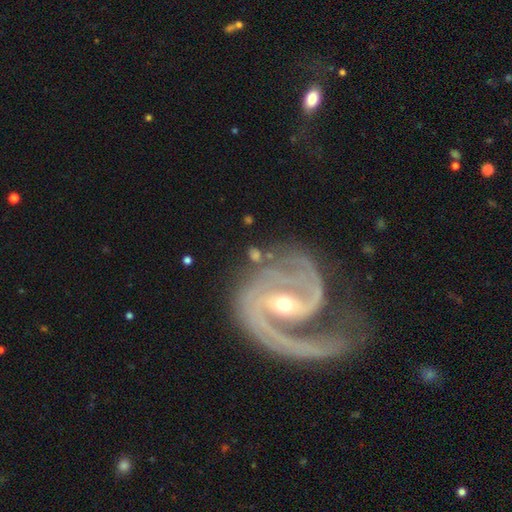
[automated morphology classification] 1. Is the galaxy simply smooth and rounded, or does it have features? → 75% featured or disk, 16% smooth, 9% star or artifact.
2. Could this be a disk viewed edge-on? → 96% no, 4% yes.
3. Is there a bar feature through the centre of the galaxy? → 41% strong, 35% weak, 24% no.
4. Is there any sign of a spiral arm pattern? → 92% yes, 8% no.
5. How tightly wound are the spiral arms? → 49% tight, 40% medium, 11% loose.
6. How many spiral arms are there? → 46% 2, 22% 3, 13% can't tell, 7% 4, 6% 1, 6% more than 4.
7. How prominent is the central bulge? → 58% moderate, 35% small, 4% large, 1% none, 1% dominant.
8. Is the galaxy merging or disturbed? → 71% none, 15% minor disturbance, 8% major disturbance, 7% merger.